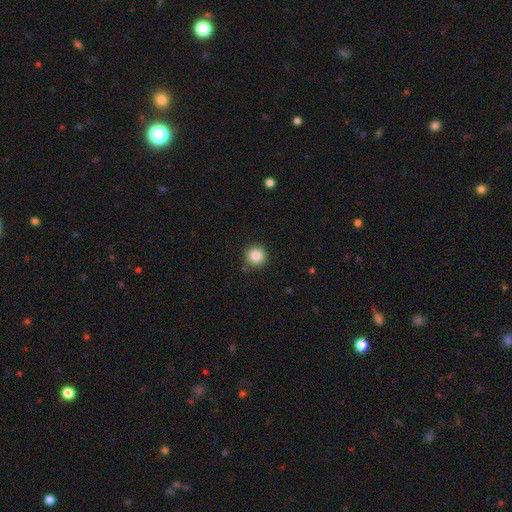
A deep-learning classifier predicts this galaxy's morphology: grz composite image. It shows a smooth galaxy with no disk features (86%) that is round (95%). Merging: none (88%).